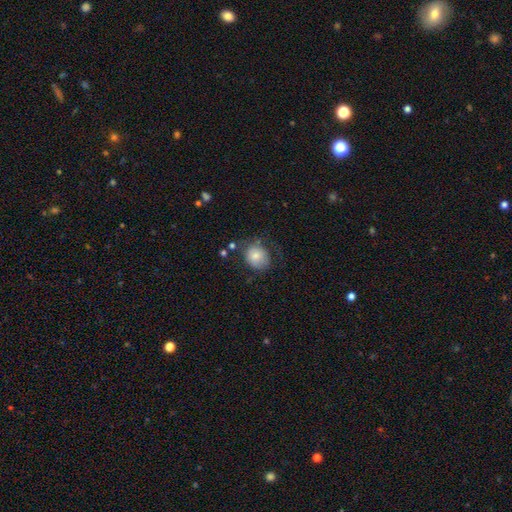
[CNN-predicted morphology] smooth_or_featured: smooth (p=0.76) [alt: featured or disk p=0.16]
how_rounded: round (p=0.67) [alt: in between p=0.32]
merging: none (p=0.53) [alt: minor disturbance p=0.26]